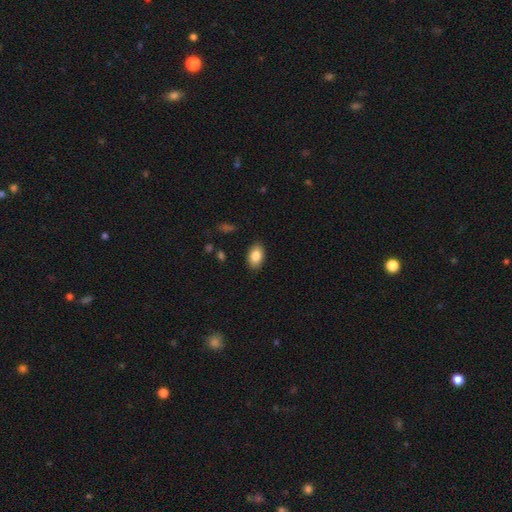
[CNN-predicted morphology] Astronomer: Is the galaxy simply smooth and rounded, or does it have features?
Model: smooth — 85%.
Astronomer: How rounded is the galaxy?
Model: in between — 89%.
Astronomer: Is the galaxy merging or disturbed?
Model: none — 88%.